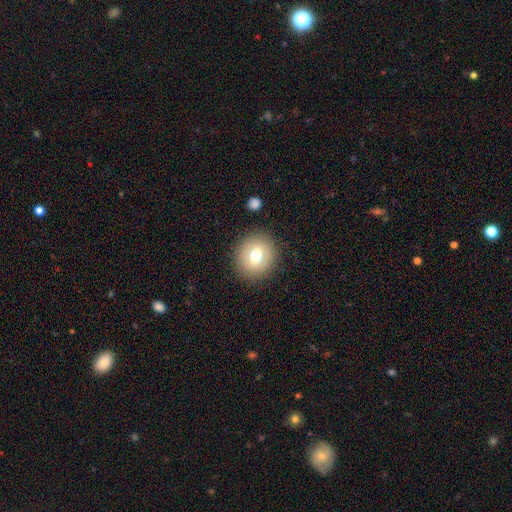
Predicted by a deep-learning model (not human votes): Smooth or featured: smooth — 69% (featured or disk — 22%)
How rounded: round — 78% (in between — 21%)
Merging: none — 86% (minor disturbance — 9%)